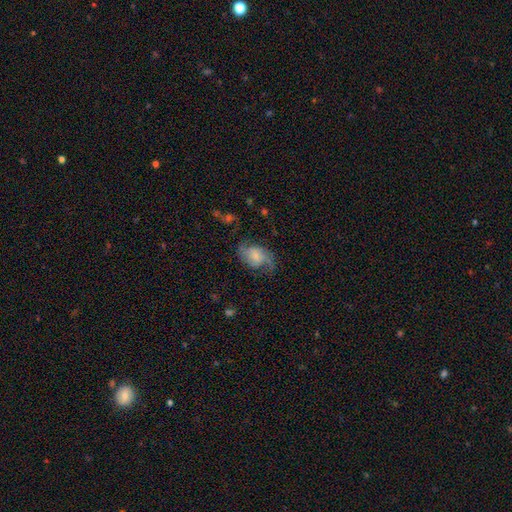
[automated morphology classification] Overall: featured or disk (60%; smooth 32%). Edge-on disk: no (97%). Bar: no (58%; weak 35%). Spiral arms: yes (89%). Spiral arm count: 2 (80%). Spiral winding: loose (50%; medium 38%). Bulge size: small (42%; moderate 26%). Merging: none (54%; minor disturbance 23%).